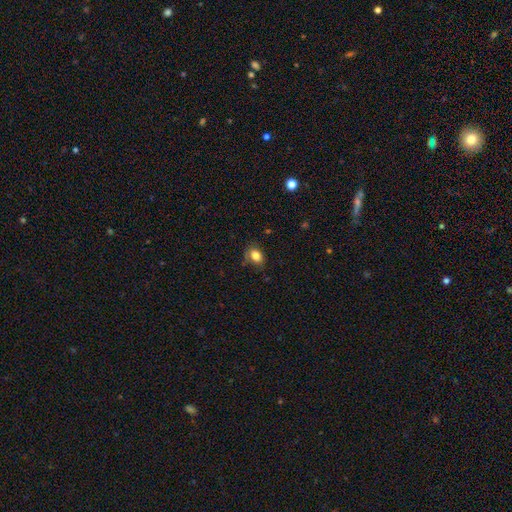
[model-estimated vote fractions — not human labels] A smooth galaxy with no disk features (82%) that is in between round and cigar-shaped (73%).

Vote fractions:
- Smooth or featured? smooth: 82% / star or artifact: 10% / featured or disk: 8%
- How rounded? in between: 73% / round: 26% / cigar-shaped: 1%
- Merging? none: 68% / minor disturbance: 24% / major disturbance: 6% / merger: 2%